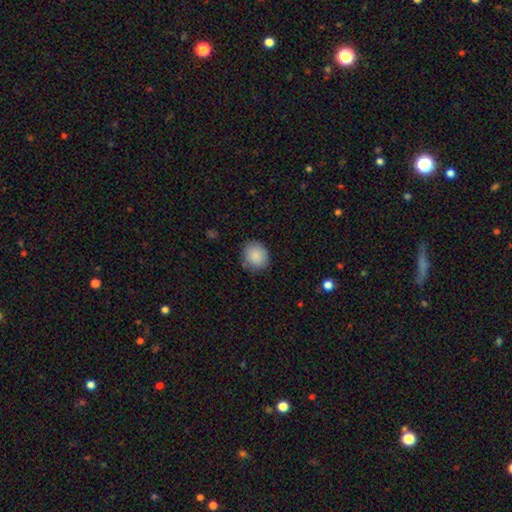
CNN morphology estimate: Overall: smooth (88%). How rounded: round (76%). Merging: none (83%).